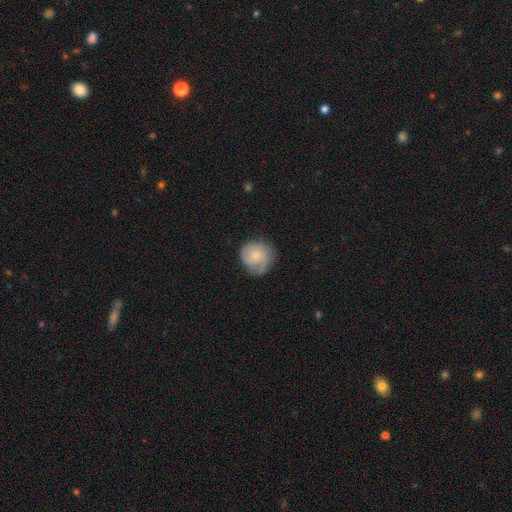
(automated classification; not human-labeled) This appears to be a smooth galaxy with no disk features (58%) that is round (86%). Merging: none (64%).